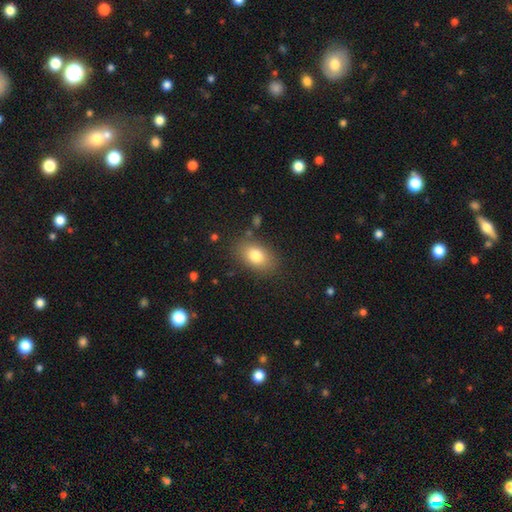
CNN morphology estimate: The model was most divided on "smooth or featured": smooth: 80%, featured or disk: 11%, star or artifact: 9%. More confident: how rounded — in between (85%); merging — none (83%).